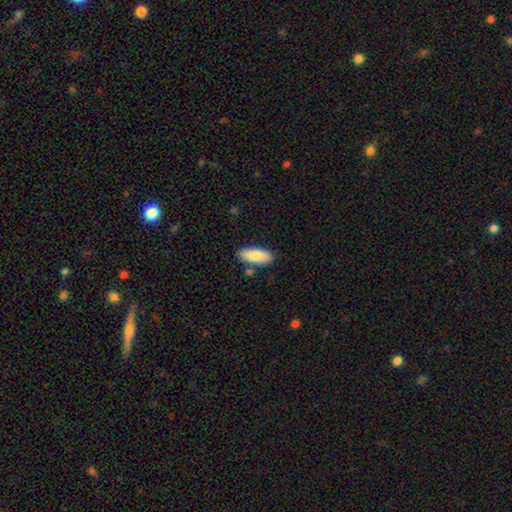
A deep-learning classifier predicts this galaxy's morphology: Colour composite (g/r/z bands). It shows a smooth galaxy with no disk features (84%) that is in between round and cigar-shaped (77%). Merging: none (79%).